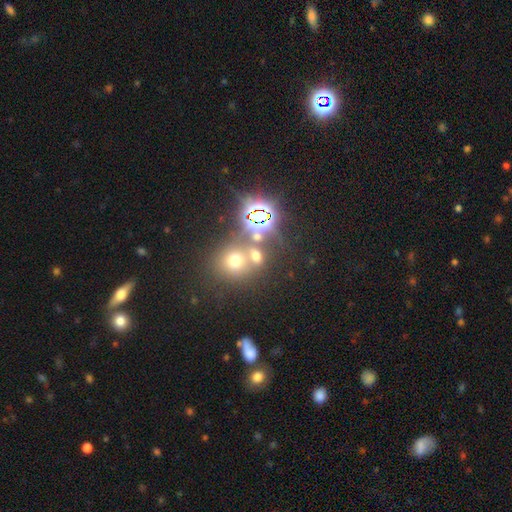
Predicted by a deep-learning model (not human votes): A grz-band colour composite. It shows a smooth galaxy with no disk features (52%) that is round (71%). Merging: none (49%).